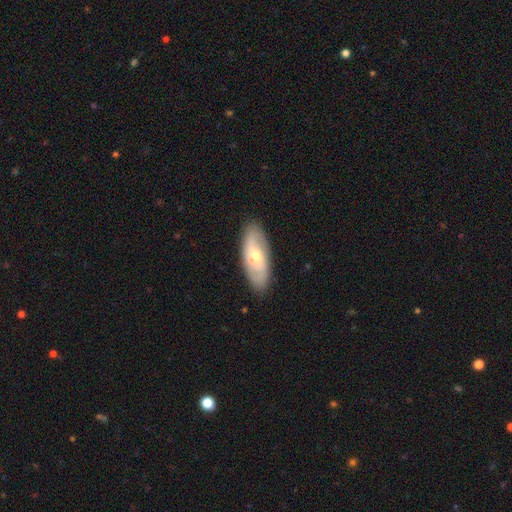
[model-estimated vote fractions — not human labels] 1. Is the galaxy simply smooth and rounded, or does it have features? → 59% featured or disk, 35% smooth, 6% star or artifact.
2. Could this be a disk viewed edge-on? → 83% no, 17% yes.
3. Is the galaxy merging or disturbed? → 87% none, 10% minor disturbance, 2% major disturbance, 1% merger.